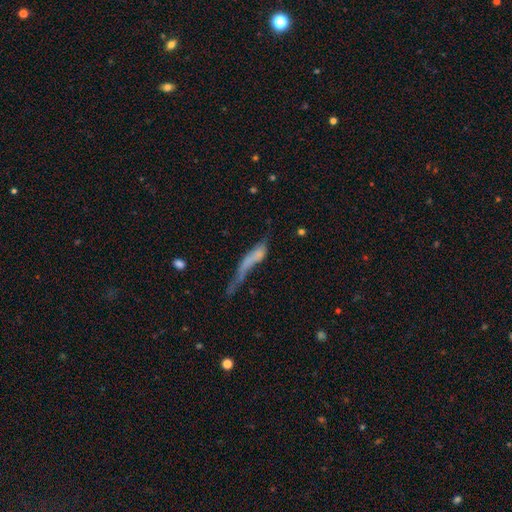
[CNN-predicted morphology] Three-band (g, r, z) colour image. It shows a smooth galaxy with no disk features (49%). Merging: major disturbance (48%).